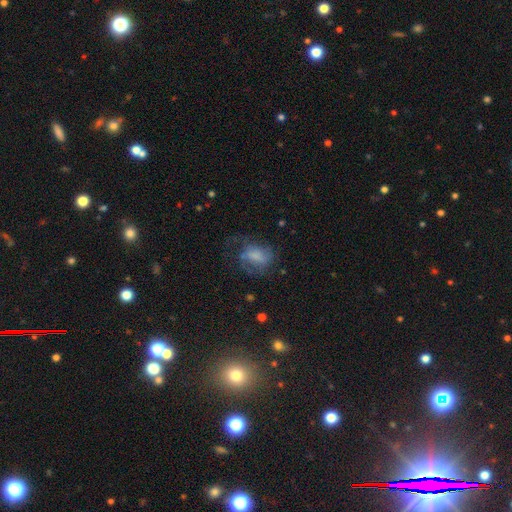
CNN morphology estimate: smooth_or_featured: smooth (p=0.49) [alt: featured or disk p=0.40]
merging: none (p=0.39) [alt: major disturbance p=0.35]